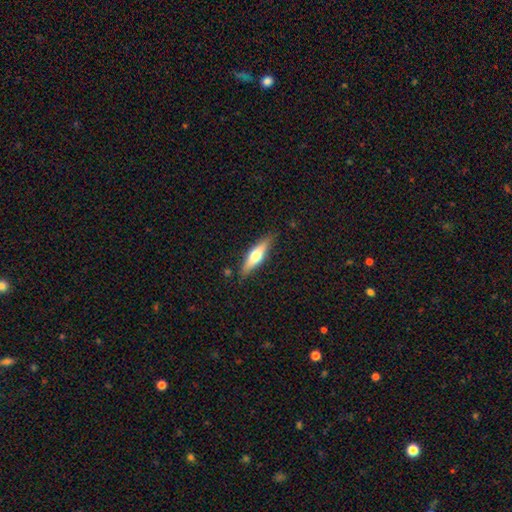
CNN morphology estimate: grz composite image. It shows a featured or disk galaxy (49%). Merging: none (86%).